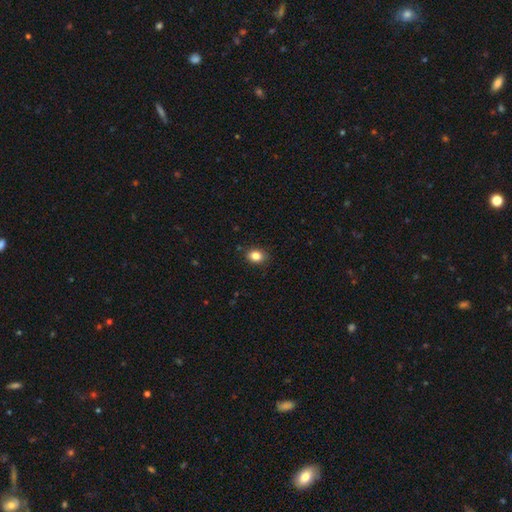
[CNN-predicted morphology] smooth 85%, star or artifact 10%, featured or disk 5%. Down the decision tree: how rounded — in between (59%); merging — none (87%).